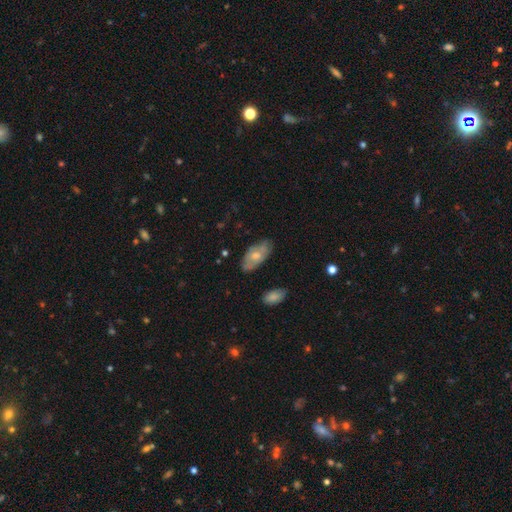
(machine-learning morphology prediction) Overall: smooth (57%; featured or disk 38%). How rounded: in between (92%). Merging: none (73%).